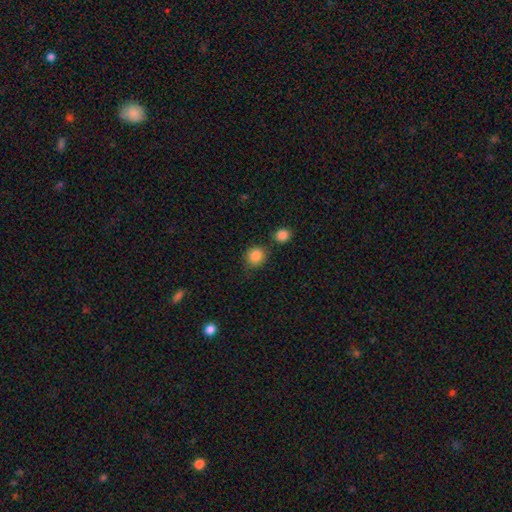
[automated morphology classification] A smooth galaxy with no disk features (85%) that is round (82%). Merging: none (73%).